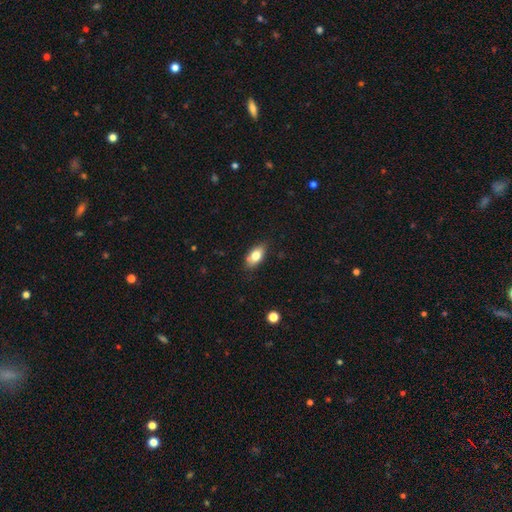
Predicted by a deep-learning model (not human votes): A smooth galaxy with no disk features (76%) that is in between round and cigar-shaped (87%).

Vote fractions:
- Smooth or featured? smooth: 76% / featured or disk: 17% / star or artifact: 7%
- How rounded? in between: 87% / cigar-shaped: 8% / round: 5%
- Merging? none: 81% / minor disturbance: 15% / major disturbance: 3% / merger: 2%